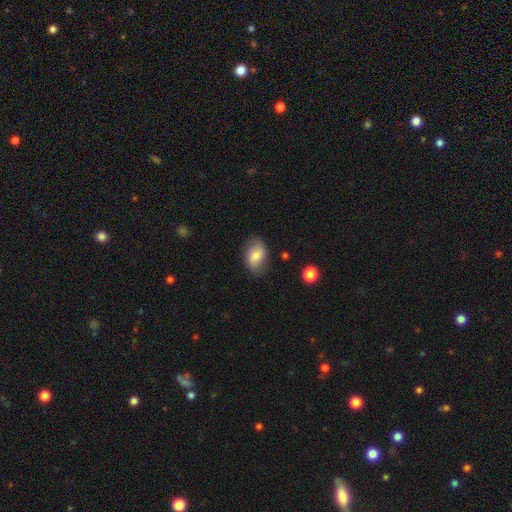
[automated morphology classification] smooth 73%, featured or disk 19%, star or artifact 7%. Down the decision tree: how rounded — in between (81%); merging — none (75%).